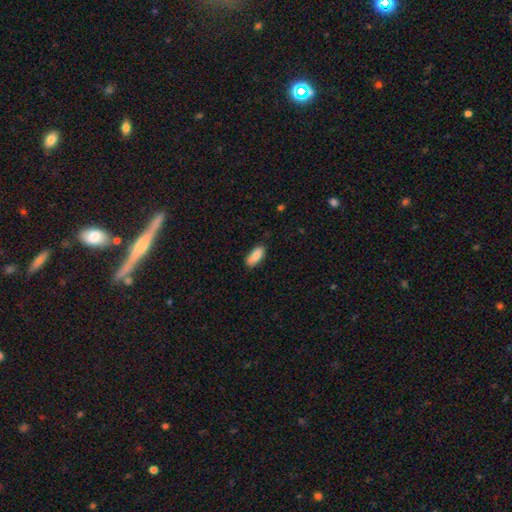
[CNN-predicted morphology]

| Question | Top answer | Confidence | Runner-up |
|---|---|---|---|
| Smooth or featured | smooth | 87% | featured or disk (7%) |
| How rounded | in between | 82% | cigar-shaped (17%) |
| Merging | none | 81% | minor disturbance (15%) |